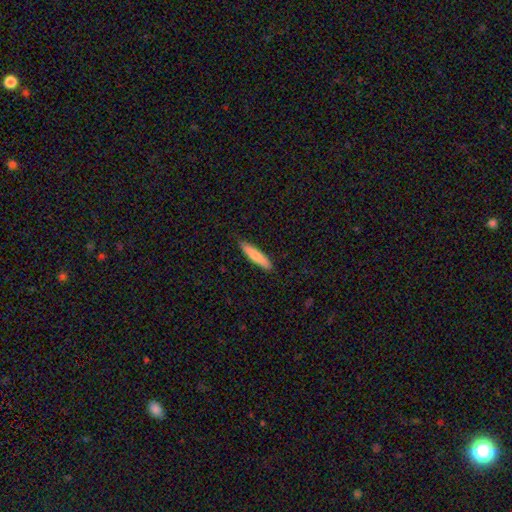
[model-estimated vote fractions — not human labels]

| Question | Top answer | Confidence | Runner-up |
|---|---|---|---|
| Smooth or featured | smooth | 79% | featured or disk (16%) |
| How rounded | cigar-shaped | 87% | in between (12%) |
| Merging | none | 87% | minor disturbance (11%) |